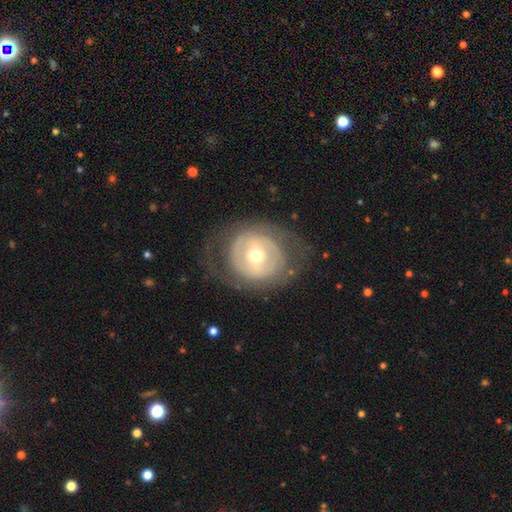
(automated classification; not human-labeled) Smooth or featured: featured or disk — 68% (smooth — 26%)
Edge-on disk: no — 96% (yes — 4%)
Bar: no — 50% (weak — 31%)
Spiral arms: no — 59% (yes — 41%)
Bulge size: moderate — 62% (small — 32%)
Merging: none — 69% (minor disturbance — 15%)